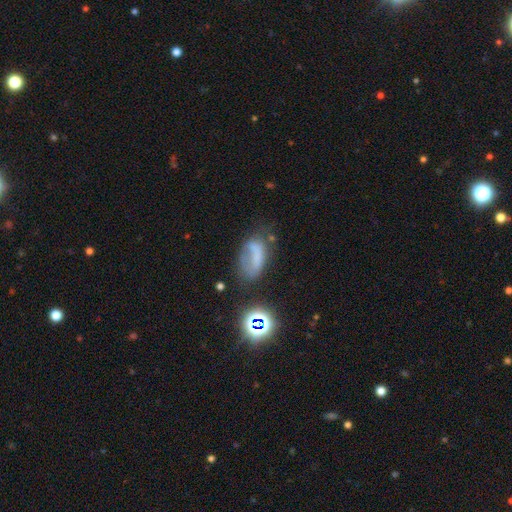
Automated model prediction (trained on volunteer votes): Smooth or featured? Predicted: smooth (p=0.48). Merging? Predicted: none (p=0.37).